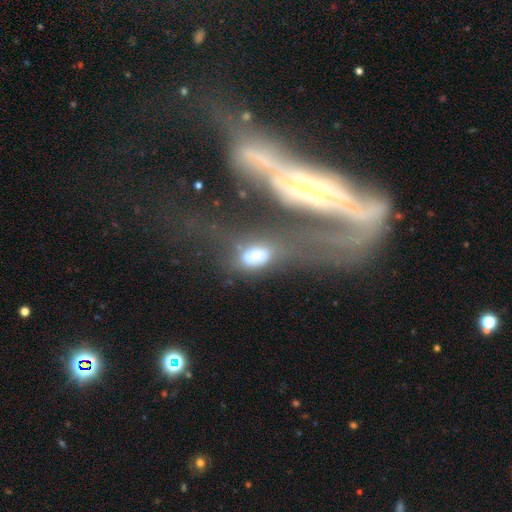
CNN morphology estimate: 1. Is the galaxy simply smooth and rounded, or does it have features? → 65% smooth, 21% featured or disk, 13% star or artifact.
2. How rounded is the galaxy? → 85% in between, 11% round, 4% cigar-shaped.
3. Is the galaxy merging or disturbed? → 31% none, 26% merger, 24% major disturbance, 18% minor disturbance.